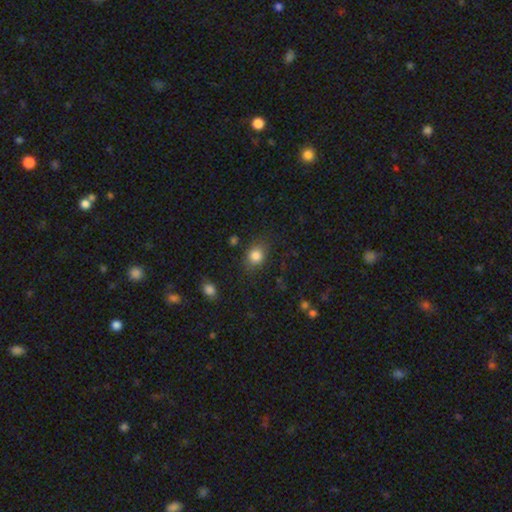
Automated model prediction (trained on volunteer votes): Smooth or featured? Predicted: smooth (p=0.84). How rounded? Predicted: round (p=0.58). Merging? Predicted: none (p=0.78).